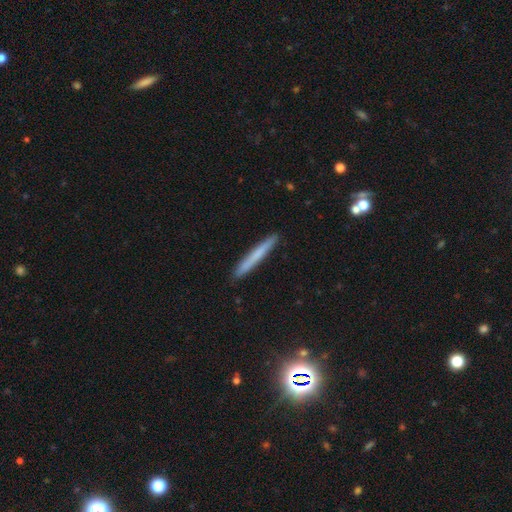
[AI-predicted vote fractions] Q: Smooth or featured?
A: smooth (65%); runner-up: featured or disk (28%)
Q: How rounded?
A: cigar-shaped (97%); runner-up: in between (2%)
Q: Merging?
A: none (92%); runner-up: minor disturbance (6%)